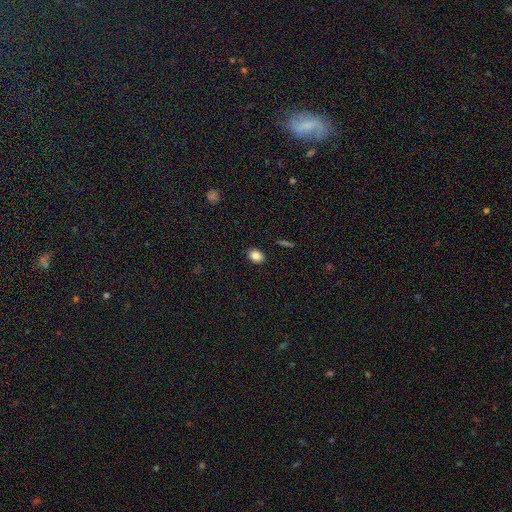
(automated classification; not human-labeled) A smooth galaxy with no disk features (84%) that is in between round and cigar-shaped (64%).

Vote fractions:
- Smooth or featured? smooth: 84% / star or artifact: 9% / featured or disk: 7%
- How rounded? in between: 64% / round: 35% / cigar-shaped: 1%
- Merging? none: 89% / minor disturbance: 8% / major disturbance: 2% / merger: 1%